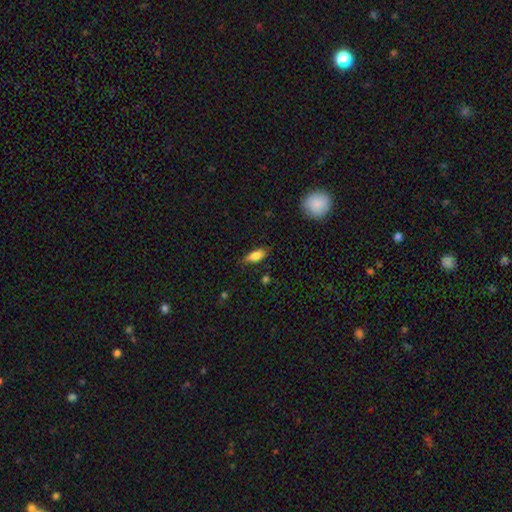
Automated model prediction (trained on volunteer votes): Morphology: type=smooth (80%); roundness=in between (81%); merging=none (73%).